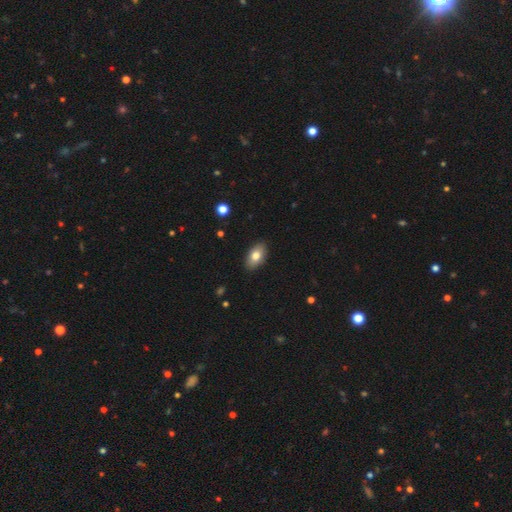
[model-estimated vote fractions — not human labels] Smooth or featured? smooth (79%)
How rounded? in between (93%)
Merging? none (88%)